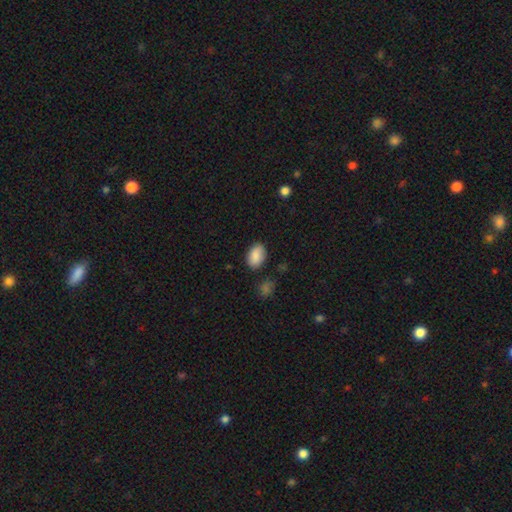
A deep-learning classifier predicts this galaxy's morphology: Smooth or featured?
  - smooth: 88% *
  - star or artifact: 7%
  - featured or disk: 5%
How rounded?
  - in between: 87% *
  - round: 12%
  - cigar-shaped: 1%
Merging?
  - none: 82% *
  - minor disturbance: 13%
  - major disturbance: 3%
  - merger: 3%